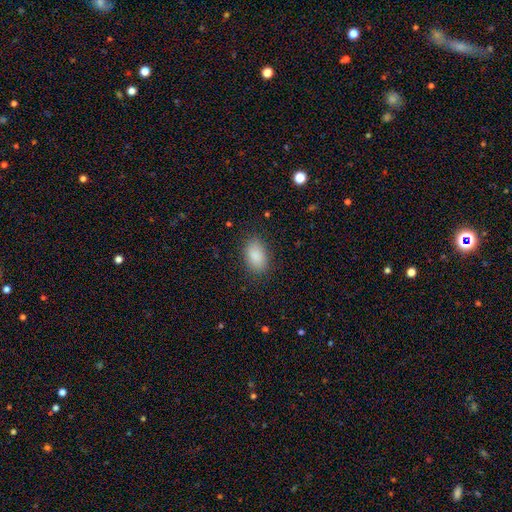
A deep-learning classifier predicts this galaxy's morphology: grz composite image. It shows a smooth galaxy with no disk features (88%) that is in between round and cigar-shaped (91%). Merging: none (85%).